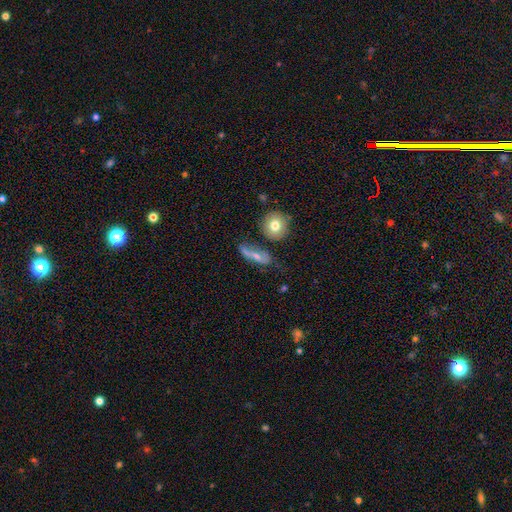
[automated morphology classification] This appears to be a smooth galaxy with no disk features (49%). Merging: none (54%).